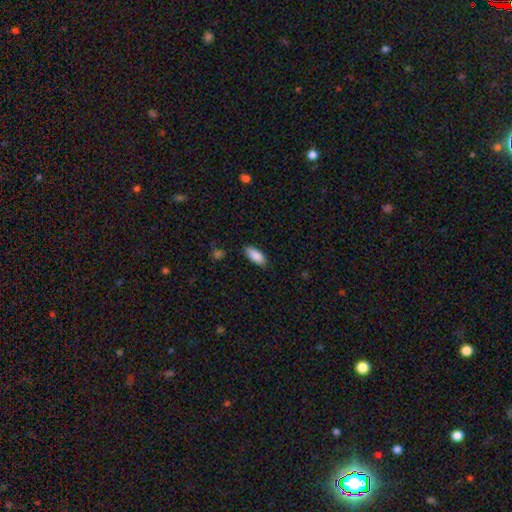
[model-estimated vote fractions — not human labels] smooth_or_featured: smooth (p=0.89) [alt: star or artifact p=0.06]
how_rounded: in between (p=0.86) [alt: cigar-shaped p=0.12]
merging: none (p=0.84) [alt: minor disturbance p=0.12]